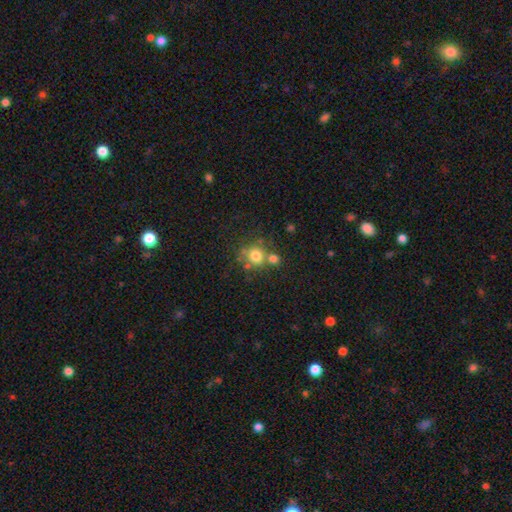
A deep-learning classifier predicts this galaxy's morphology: Smooth or featured: smooth — 74% (star or artifact — 13%)
How rounded: round — 86% (in between — 14%)
Merging: none — 51% (merger — 33%)